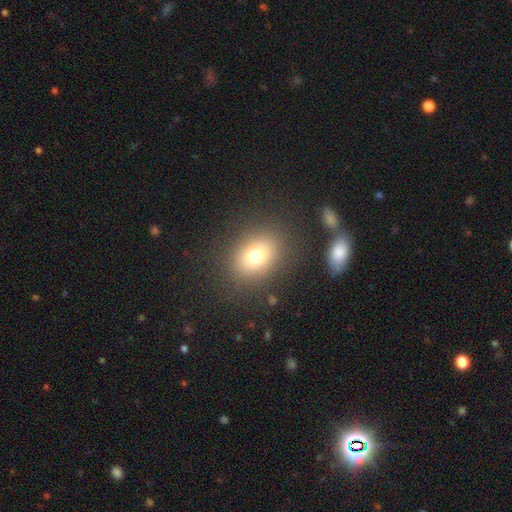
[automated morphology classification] Smooth or featured: smooth — 74% (featured or disk — 13%)
How rounded: in between — 58% (round — 41%)
Merging: none — 82% (minor disturbance — 10%)